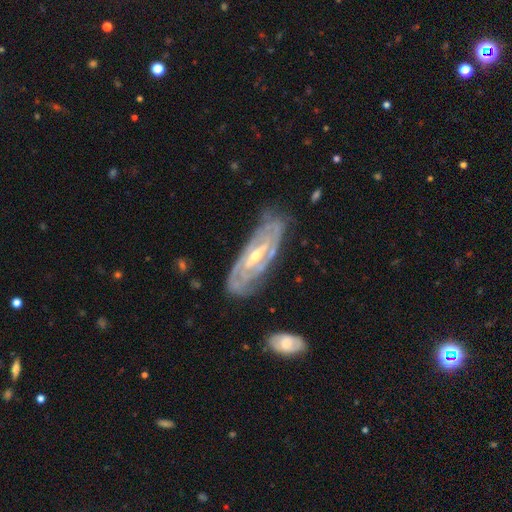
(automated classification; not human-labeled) This appears to be a featured or disk galaxy (85%) with a weak bar (42%), tight (68%) spiral arms (91%) and a moderate central bulge (50%). Merging: none (75%).